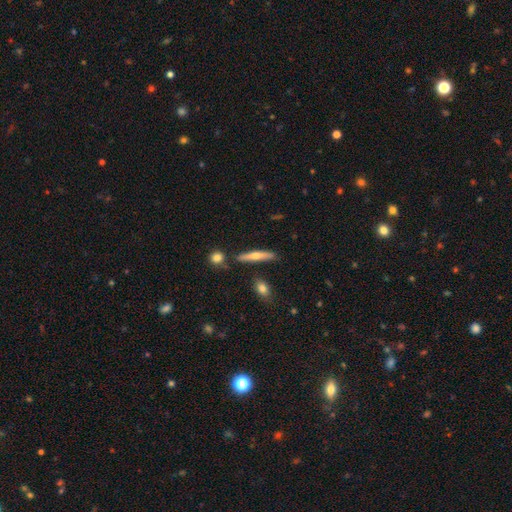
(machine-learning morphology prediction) Smooth or featured: smooth — 49% (featured or disk — 45%)
Merging: none — 82% (minor disturbance — 11%)